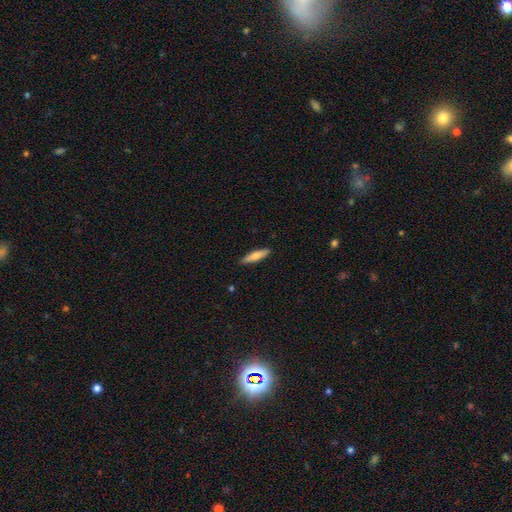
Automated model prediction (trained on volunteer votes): A smooth galaxy with no disk features (72%) that is cigar-shaped (77%).

Vote fractions:
- Smooth or featured? smooth: 72% / featured or disk: 23% / star or artifact: 6%
- How rounded? cigar-shaped: 77% / in between: 21% / round: 2%
- Merging? none: 89% / minor disturbance: 8% / major disturbance: 2% / merger: 1%